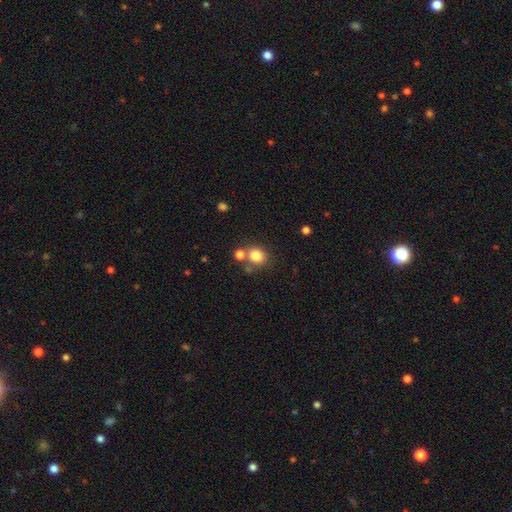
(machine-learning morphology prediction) smooth_or_featured: smooth (p=0.81) [alt: star or artifact p=0.12]
how_rounded: round (p=0.77) [alt: in between p=0.22]
merging: none (p=0.63) [alt: merger p=0.22]